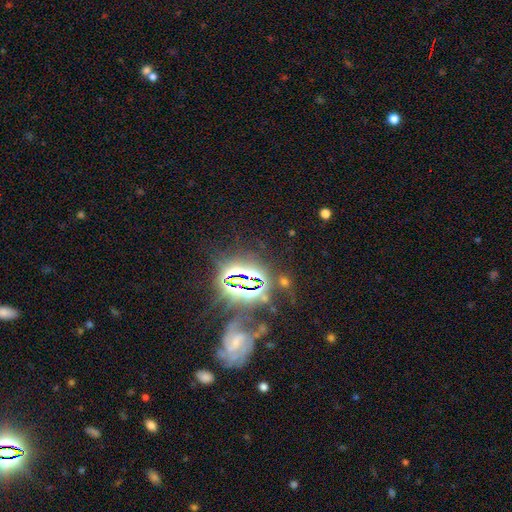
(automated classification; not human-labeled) Smooth or featured? Predicted: star or artifact (p=0.79).